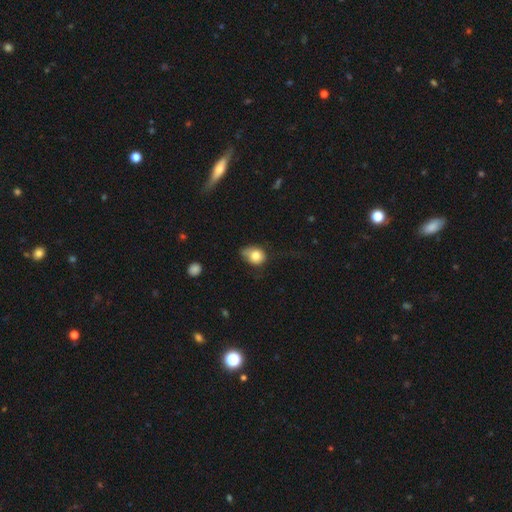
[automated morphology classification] Smooth or featured?
  - smooth: 78% *
  - featured or disk: 13%
  - star or artifact: 9%
How rounded?
  - round: 55% *
  - in between: 44%
  - cigar-shaped: 1%
Merging?
  - minor disturbance: 39% *
  - none: 38%
  - major disturbance: 20%
  - merger: 3%